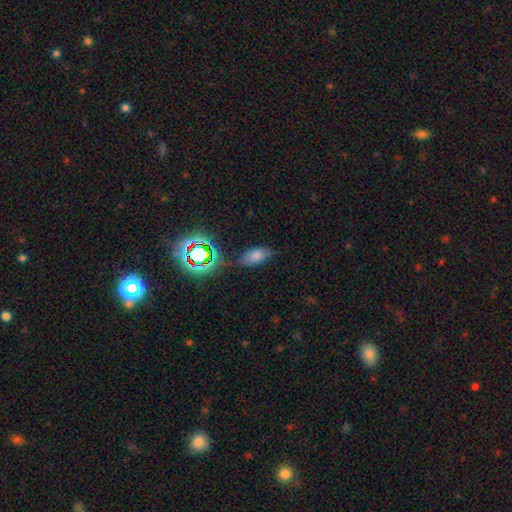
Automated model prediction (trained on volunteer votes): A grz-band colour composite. It shows a smooth galaxy with no disk features (71%) that is in between round and cigar-shaped (89%). Merging: none (70%).